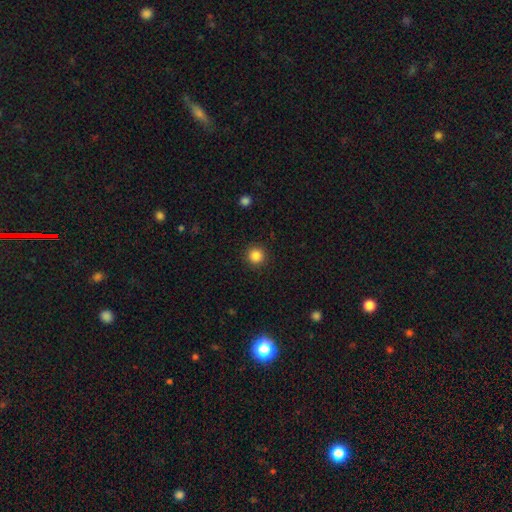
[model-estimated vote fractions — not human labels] Smooth or featured?
  - smooth: 86% *
  - star or artifact: 11%
  - featured or disk: 3%
How rounded?
  - round: 95% *
  - in between: 4%
  - cigar-shaped: 1%
Merging?
  - none: 92% *
  - minor disturbance: 5%
  - major disturbance: 2%
  - merger: 1%